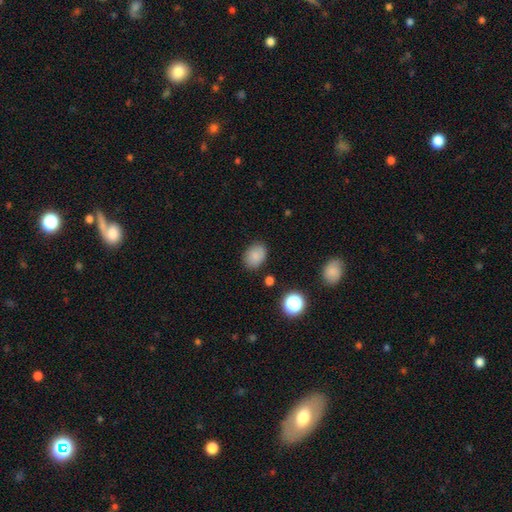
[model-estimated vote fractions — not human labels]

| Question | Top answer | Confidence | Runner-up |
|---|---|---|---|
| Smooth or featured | smooth | 84% | star or artifact (10%) |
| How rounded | in between | 74% | round (24%) |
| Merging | none | 83% | minor disturbance (12%) |